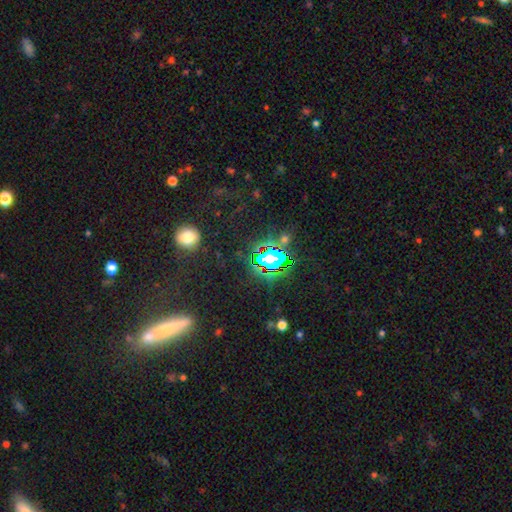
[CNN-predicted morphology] A star or artifact, not a galaxy (71%).

Vote fractions:
- Smooth or featured? star or artifact: 71% / smooth: 17% / featured or disk: 12%